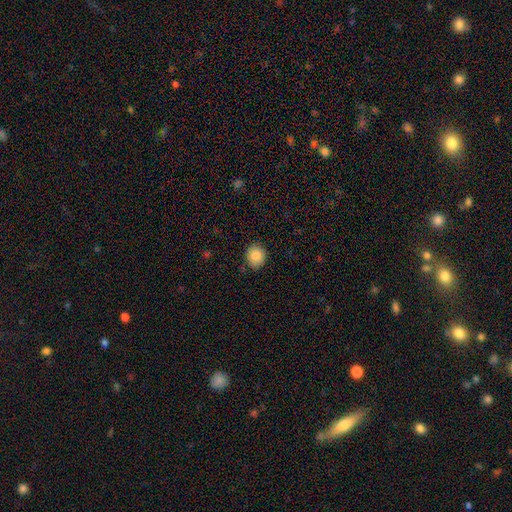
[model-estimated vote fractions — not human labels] smooth 87%, star or artifact 8%, featured or disk 4%. Down the decision tree: how rounded — round (77%); merging — none (87%).